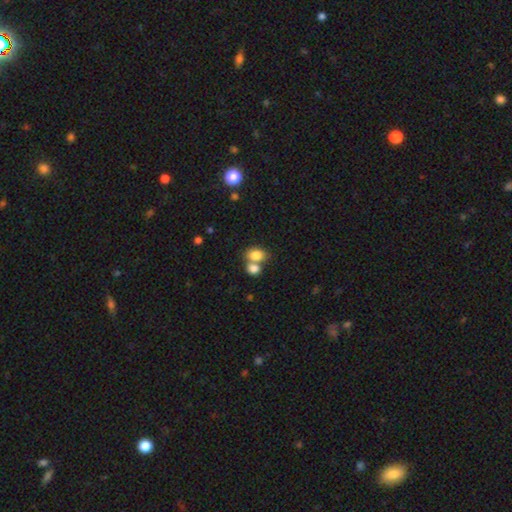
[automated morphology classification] Overall: smooth (81%). How rounded: in between (66%; round 33%). Merging: merger (51%; none 37%).